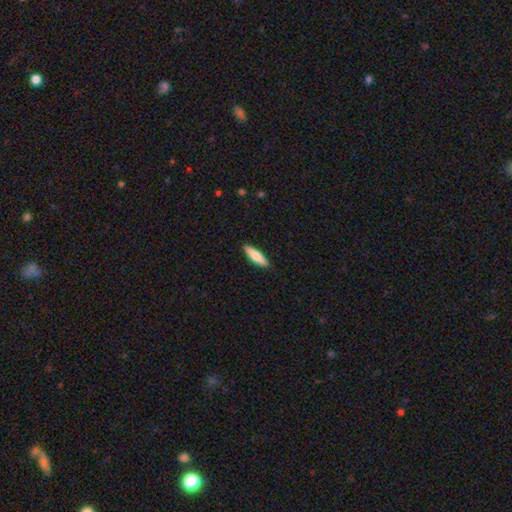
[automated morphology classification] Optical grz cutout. It shows a smooth galaxy with no disk features (76%) that is cigar-shaped (74%). Merging: none (91%).